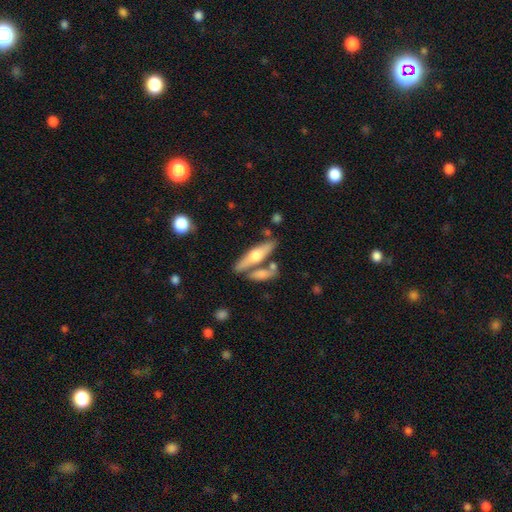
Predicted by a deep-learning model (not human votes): Smooth or featured?
  - smooth: 48% *
  - featured or disk: 47%
  - star or artifact: 6%
Merging?
  - none: 66% *
  - merger: 19%
  - minor disturbance: 11%
  - major disturbance: 4%